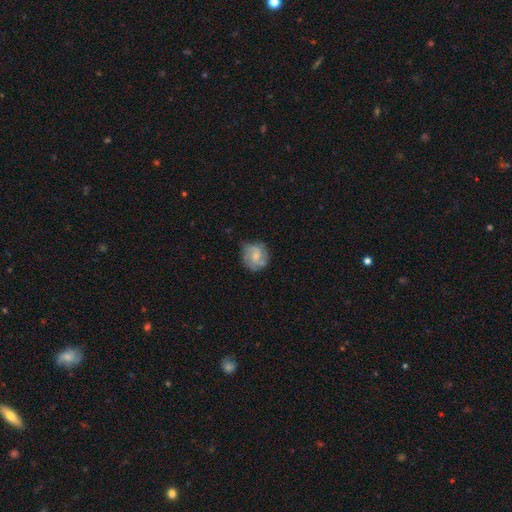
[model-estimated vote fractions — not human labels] This appears to be a featured or disk galaxy (60%) with no bar (58%), 2 (46%) medium (46%) spiral arms (86%) and a small central bulge (46%). Merging: none (66%).